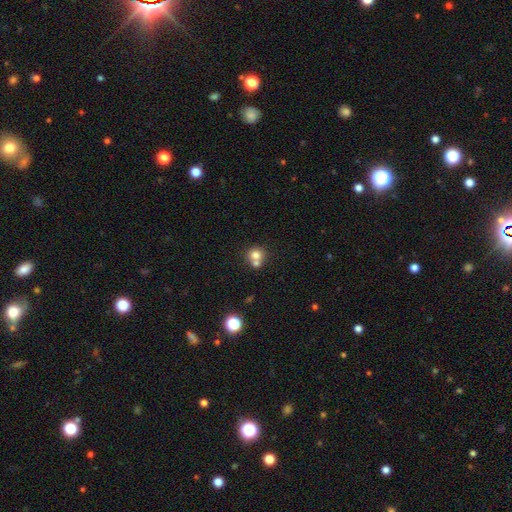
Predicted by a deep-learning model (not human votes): The model was most divided on "merging": merger: 48%, none: 43%, minor disturbance: 6%, major disturbance: 3%. More confident: how rounded — round (86%); smooth or featured — smooth (74%).